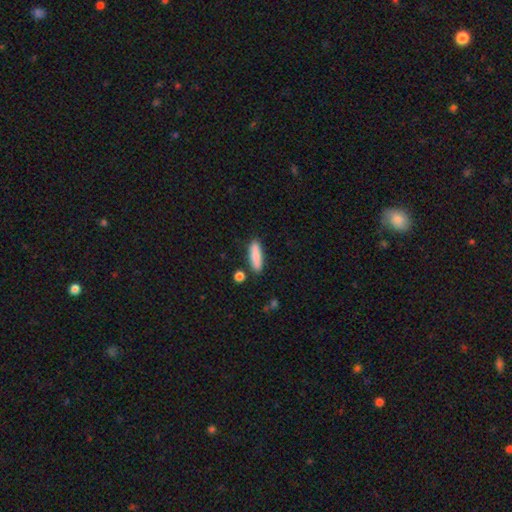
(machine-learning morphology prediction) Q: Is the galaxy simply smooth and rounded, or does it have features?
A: smooth — 86%.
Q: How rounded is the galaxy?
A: cigar-shaped — 62%.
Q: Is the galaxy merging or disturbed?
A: none — 84%.